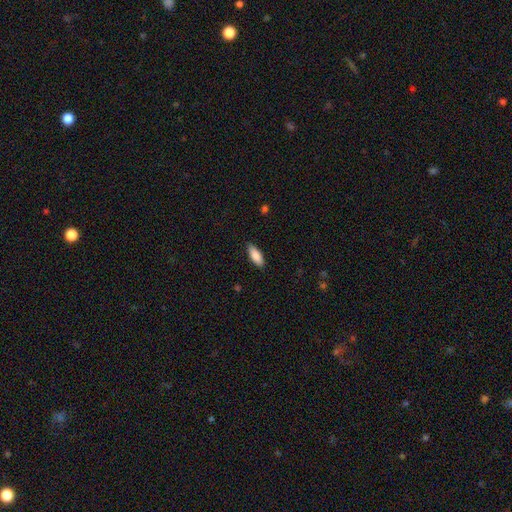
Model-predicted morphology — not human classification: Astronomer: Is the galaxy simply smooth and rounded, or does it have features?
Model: smooth — 88%.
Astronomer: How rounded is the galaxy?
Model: in between — 75%.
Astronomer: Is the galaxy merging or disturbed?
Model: none — 87%.